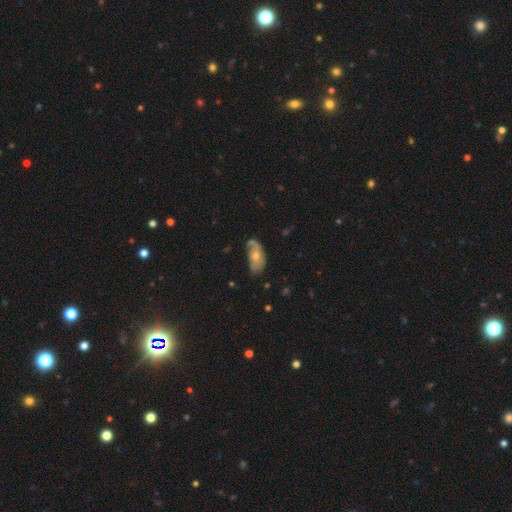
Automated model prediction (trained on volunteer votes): Overall: smooth (48%; featured or disk 43%). Merging: none (42%; minor disturbance 35%).